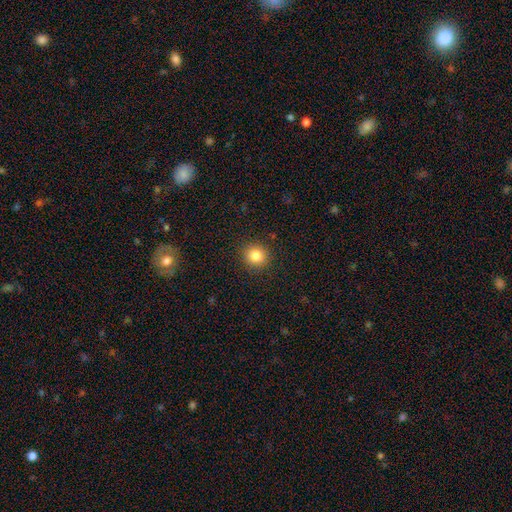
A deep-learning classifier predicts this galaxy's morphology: smooth_or_featured: smooth (p=0.82) [alt: star or artifact p=0.11]
how_rounded: round (p=0.90) [alt: in between p=0.09]
merging: none (p=0.91) [alt: minor disturbance p=0.06]